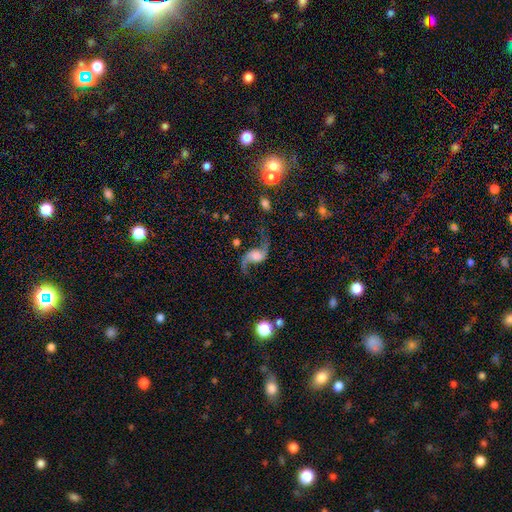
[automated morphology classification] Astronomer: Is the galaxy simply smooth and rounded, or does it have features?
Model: featured or disk — 88%.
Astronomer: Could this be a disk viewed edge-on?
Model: no — 97%.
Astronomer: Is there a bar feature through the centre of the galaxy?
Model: no — 60%.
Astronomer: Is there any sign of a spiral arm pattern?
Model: yes — 97%.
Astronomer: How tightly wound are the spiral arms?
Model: loose — 90%.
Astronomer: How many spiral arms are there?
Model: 2 — 94%.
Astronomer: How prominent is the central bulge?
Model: none — 30% (runner-up: large, 28%).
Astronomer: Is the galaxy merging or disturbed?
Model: none — 74%.